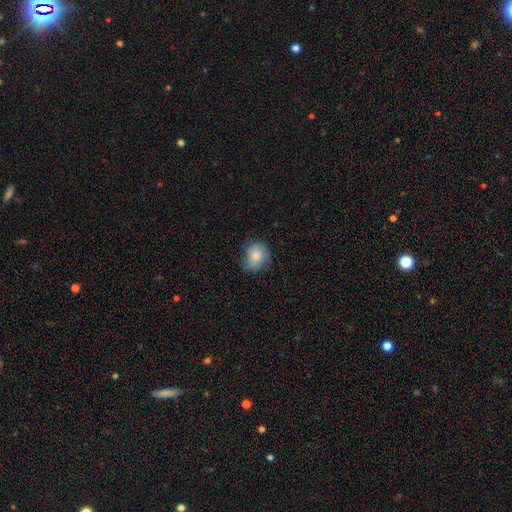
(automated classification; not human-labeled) smooth-or-featured: smooth: 82% | featured or disk: 10% | star or artifact: 8%
  how-rounded: round: 66% | in between: 33% | cigar-shaped: 1%
  merging: none: 65% | minor disturbance: 27% | major disturbance: 7% | merger: 1%